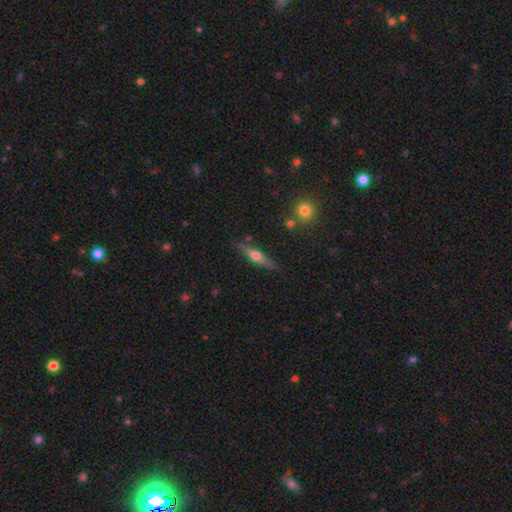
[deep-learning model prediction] Overall: featured or disk (66%; smooth 28%). Edge-on disk: yes (96%). Edge-on bulge: rounded (93%). Merging: none (84%).